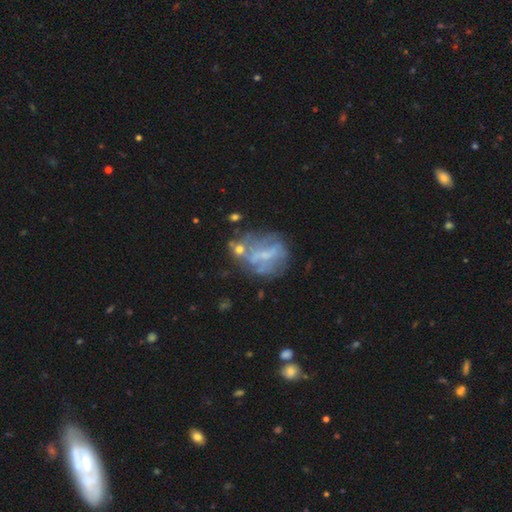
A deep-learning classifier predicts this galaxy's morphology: Smooth or featured? Predicted: featured or disk (p=0.54). Edge-on disk? Predicted: no (p=0.89). Merging? Predicted: none (p=0.51).